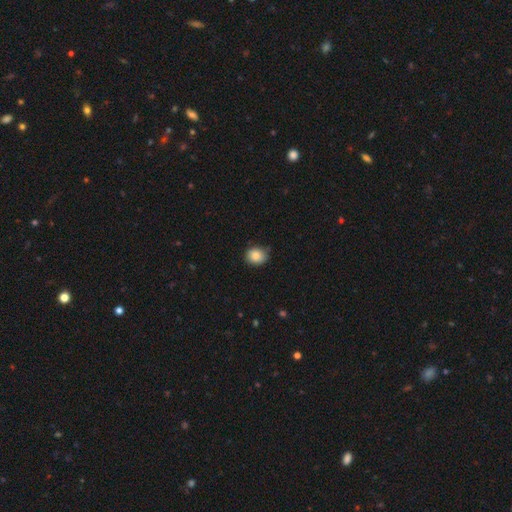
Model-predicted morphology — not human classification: A smooth galaxy with no disk features (85%) that is round (69%). Merging: none (79%).